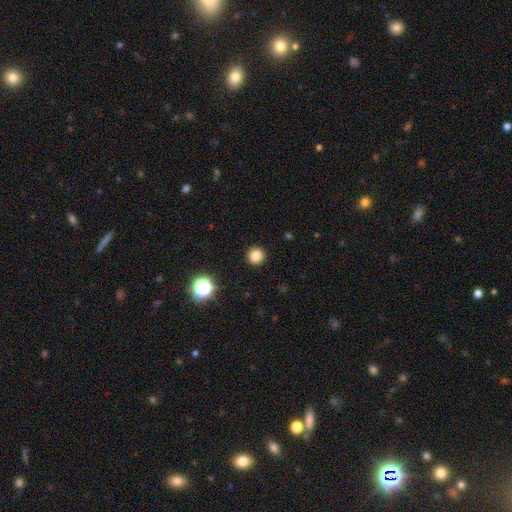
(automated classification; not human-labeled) This is clearly a smooth galaxy (82%). How rounded: clearly round (92%). Merging: clearly none (93%).